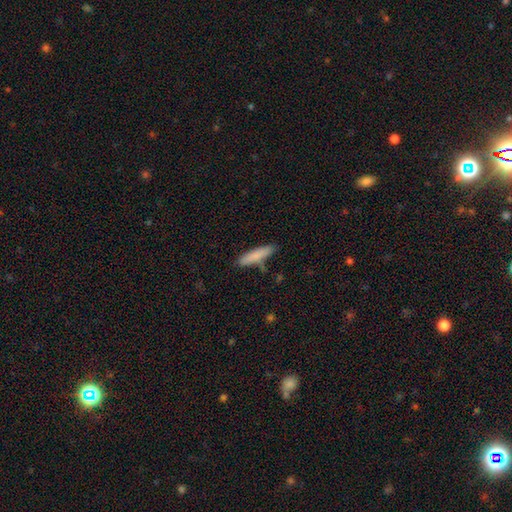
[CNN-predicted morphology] Smooth or featured? Predicted: smooth (p=0.82). How rounded? Predicted: cigar-shaped (p=0.82). Merging? Predicted: none (p=0.78).